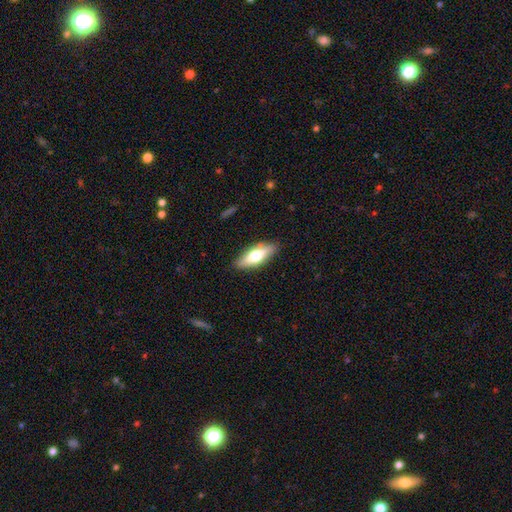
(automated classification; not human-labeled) Smooth or featured? smooth (52%)
How rounded? in between (60%)
Merging? none (87%)